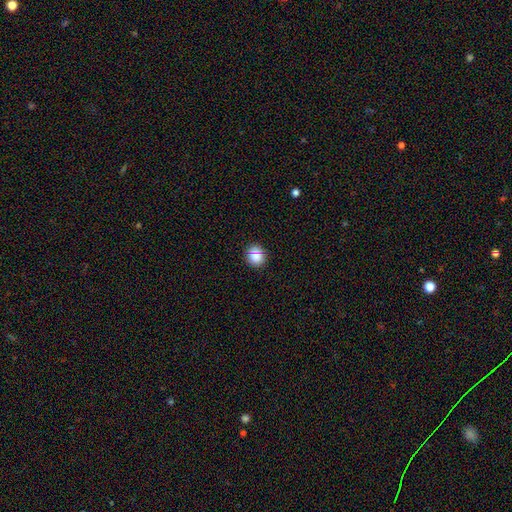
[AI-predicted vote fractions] This appears to be a smooth galaxy with no disk features (82%) that is round (81%). Merging: none (80%).